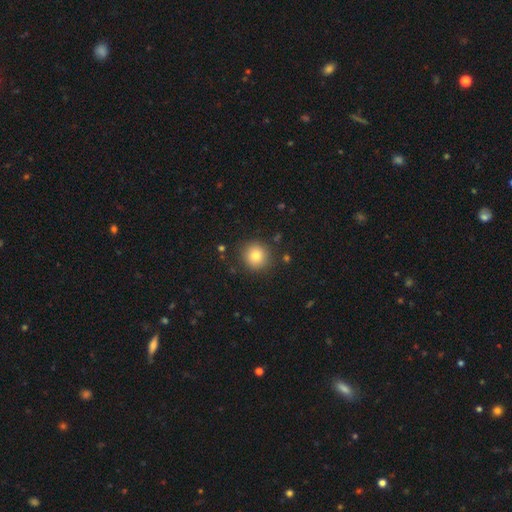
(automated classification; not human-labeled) The model was most divided on "smooth or featured": smooth: 81%, star or artifact: 11%, featured or disk: 8%. More confident: how rounded — round (92%); merging — none (89%).